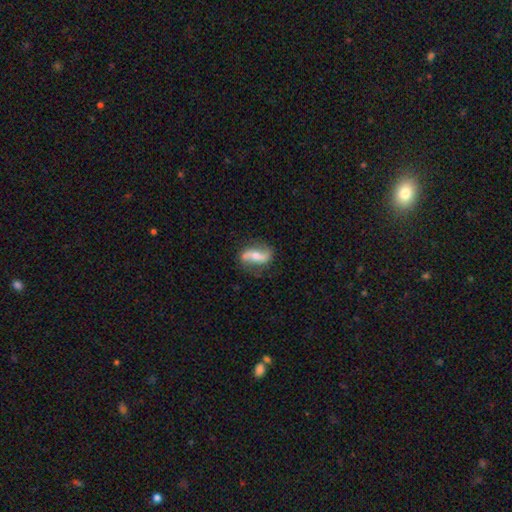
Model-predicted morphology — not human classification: type=featured or disk (72%); edge-on=no (89%); bar=strong (40%); spiral arms=yes (87%); winding=loose (76%); arm count=2 (91%); bulge=moderate (56%); merging=none (79%).